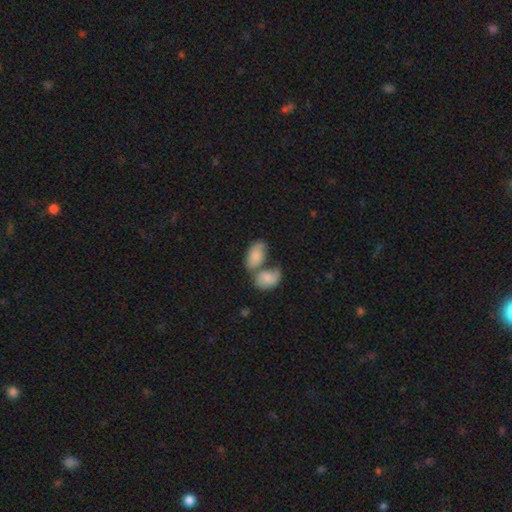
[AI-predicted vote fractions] Morphology: type=smooth (76%); roundness=in between (91%); merging=merger (59%).